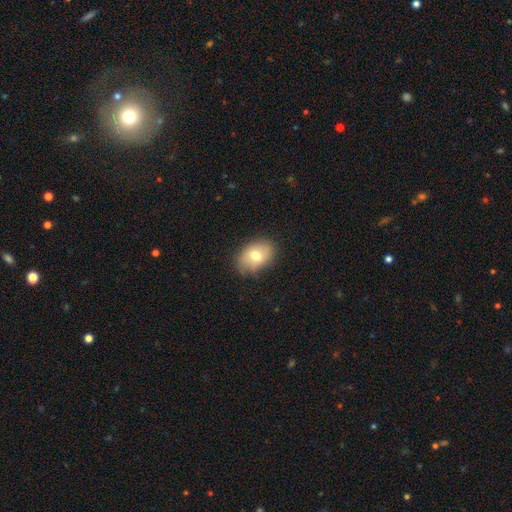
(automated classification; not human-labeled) This is likely a smooth galaxy (73%). How rounded: clearly in between (82%). Merging: clearly none (82%).